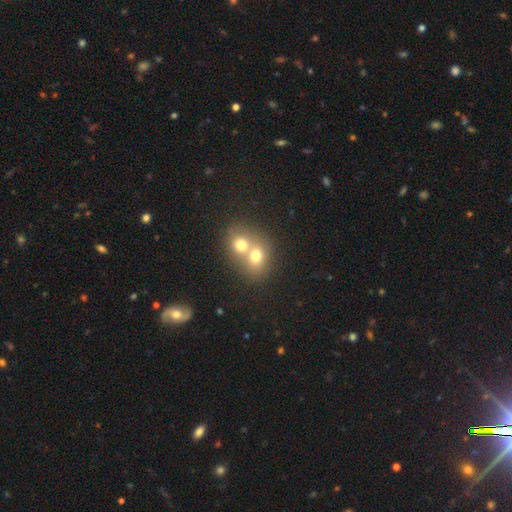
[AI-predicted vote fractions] smooth-or-featured: smooth: 70% | featured or disk: 18% | star or artifact: 12%
  how-rounded: round: 66% | in between: 33% | cigar-shaped: 1%
  merging: merger: 69% | none: 24% | minor disturbance: 5% | major disturbance: 2%